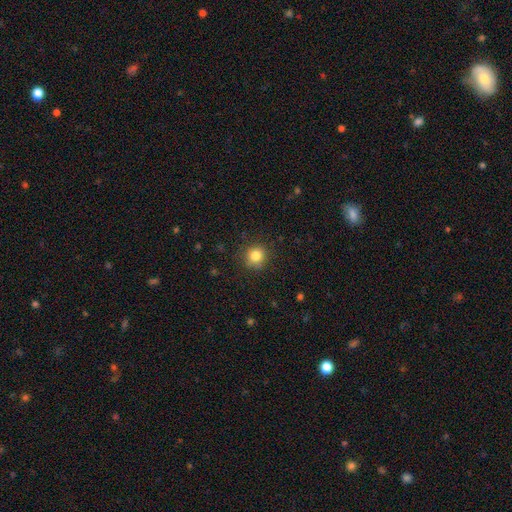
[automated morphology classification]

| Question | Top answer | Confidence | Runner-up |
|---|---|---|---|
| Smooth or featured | smooth | 83% | star or artifact (11%) |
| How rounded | round | 91% | in between (8%) |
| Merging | none | 88% | minor disturbance (8%) |